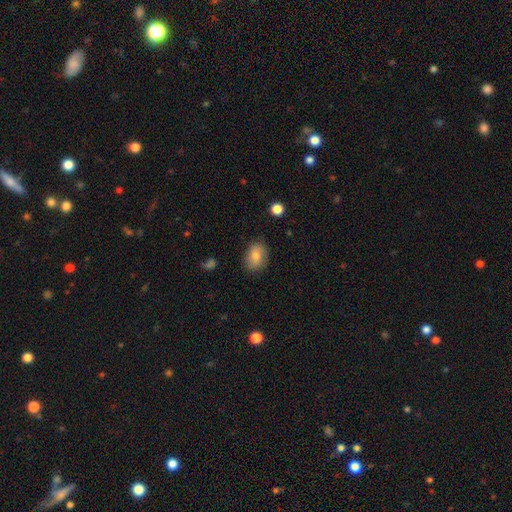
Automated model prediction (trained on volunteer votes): Smooth or featured?
  - smooth: 79% *
  - featured or disk: 13%
  - star or artifact: 8%
How rounded?
  - in between: 74% *
  - round: 24%
  - cigar-shaped: 1%
Merging?
  - none: 81% *
  - minor disturbance: 14%
  - major disturbance: 3%
  - merger: 1%